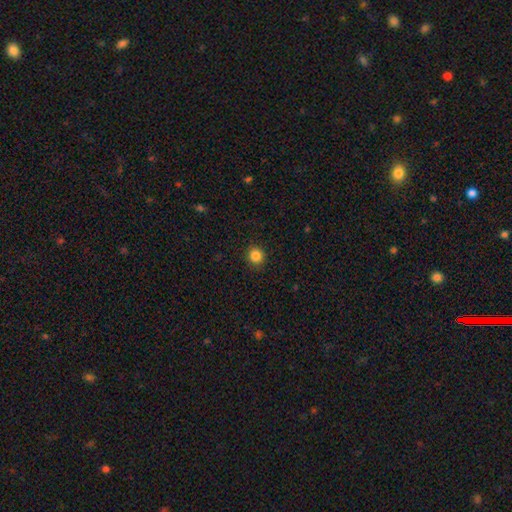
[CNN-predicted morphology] Smooth or featured: smooth — 85% (star or artifact — 11%)
How rounded: round — 89% (in between — 10%)
Merging: none — 92% (minor disturbance — 5%)